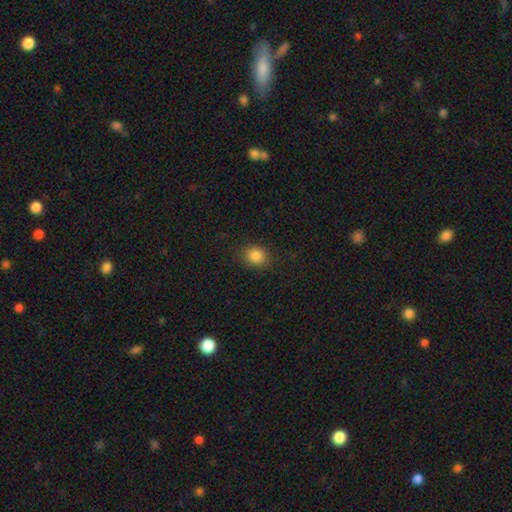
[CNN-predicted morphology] Smooth or featured? smooth (85%)
How rounded? round (60%)
Merging? none (87%)